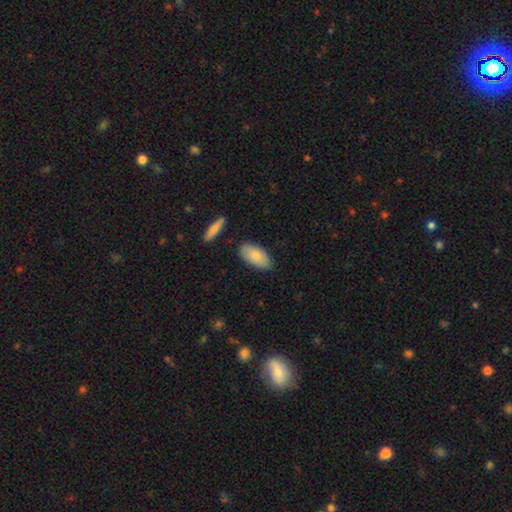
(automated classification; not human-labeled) The model was most divided on "smooth or featured": smooth: 81%, featured or disk: 13%, star or artifact: 6%. More confident: how rounded — in between (94%); merging — none (82%).